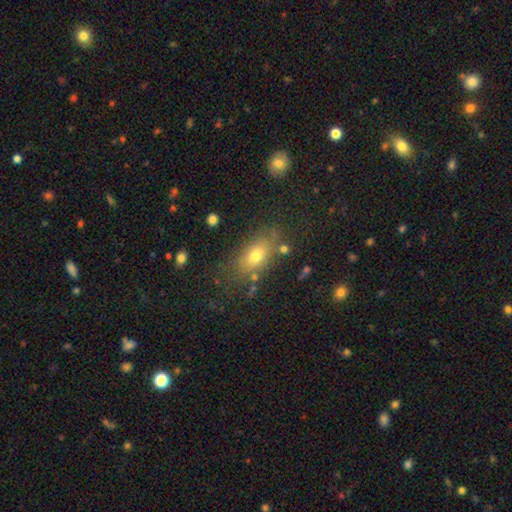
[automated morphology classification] This appears to be a smooth galaxy with no disk features (71%) that is in between round and cigar-shaped (80%). Merging: none (75%).